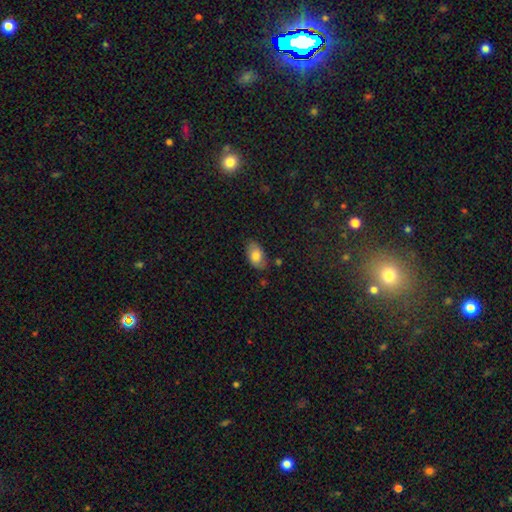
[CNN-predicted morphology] The model was most divided on "merging": none: 75%, minor disturbance: 19%, major disturbance: 4%, merger: 2%. More confident: how rounded — in between (92%); smooth or featured — smooth (77%).